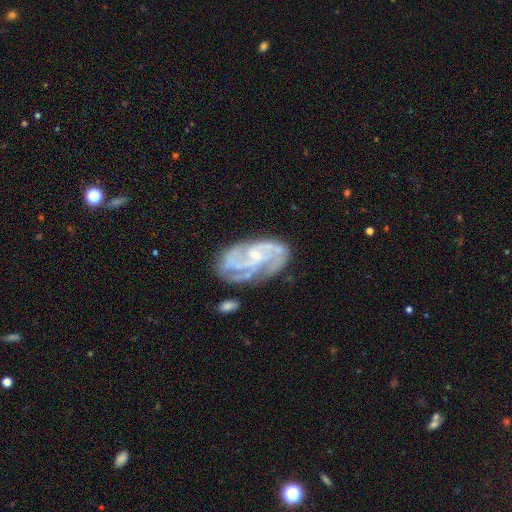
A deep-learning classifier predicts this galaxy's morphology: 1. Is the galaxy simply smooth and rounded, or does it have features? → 86% featured or disk, 7% smooth, 7% star or artifact.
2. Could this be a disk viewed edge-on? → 97% no, 3% yes.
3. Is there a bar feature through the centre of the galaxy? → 60% no, 31% weak, 9% strong.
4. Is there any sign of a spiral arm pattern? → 96% yes, 4% no.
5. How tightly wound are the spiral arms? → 48% tight, 41% medium, 11% loose.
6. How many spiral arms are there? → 29% 3, 21% 2, 20% can't tell, 18% 4, 6% more than 4, 6% 1.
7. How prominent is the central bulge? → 76% small, 19% moderate, 3% none, 1% large, 1% dominant.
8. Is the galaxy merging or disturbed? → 65% none, 21% minor disturbance, 10% major disturbance, 5% merger.